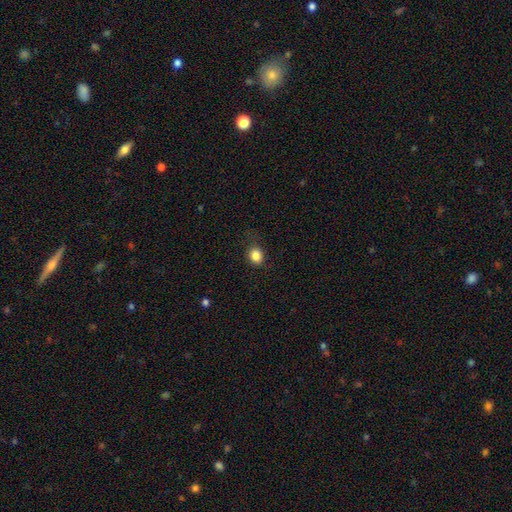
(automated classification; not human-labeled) Smooth or featured: smooth — 85% (star or artifact — 11%)
How rounded: round — 66% (in between — 33%)
Merging: none — 79% (minor disturbance — 15%)